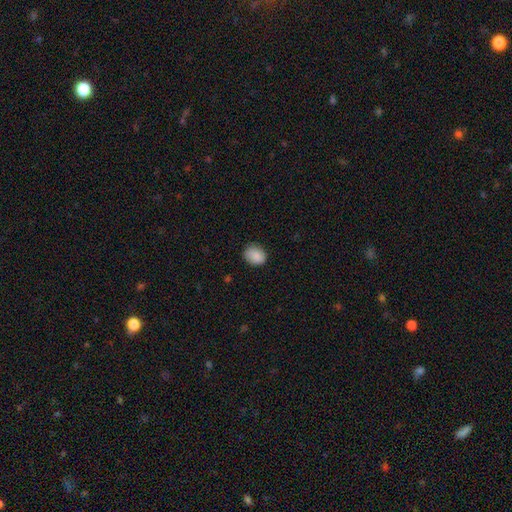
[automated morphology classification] Q: Smooth or featured?
A: smooth (84%); runner-up: featured or disk (8%)
Q: How rounded?
A: round (58%); runner-up: in between (41%)
Q: Merging?
A: none (80%); runner-up: minor disturbance (16%)